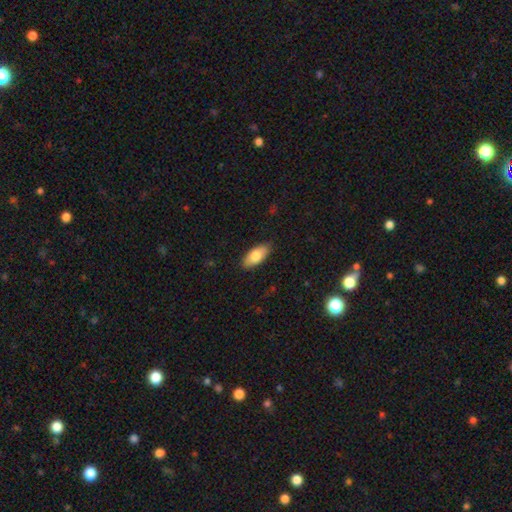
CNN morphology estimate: Smooth or featured: smooth — 80% (featured or disk — 14%)
How rounded: in between — 88% (cigar-shaped — 9%)
Merging: none — 87% (minor disturbance — 10%)